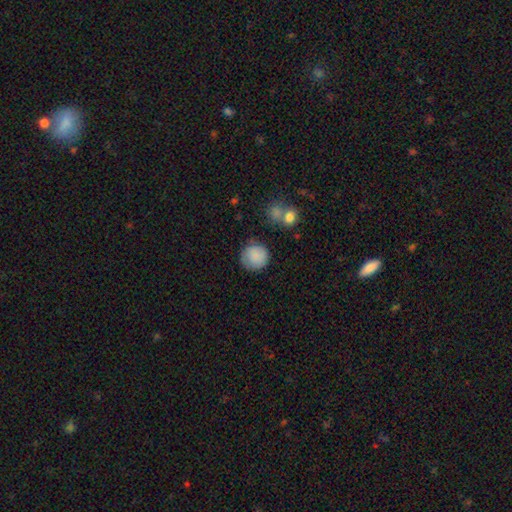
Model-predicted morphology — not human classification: A smooth galaxy with no disk features (85%) that is round (92%).

Vote fractions:
- Smooth or featured? smooth: 85% / star or artifact: 7% / featured or disk: 7%
- How rounded? round: 92% / in between: 7% / cigar-shaped: 1%
- Merging? none: 78% / minor disturbance: 14% / major disturbance: 5% / merger: 3%